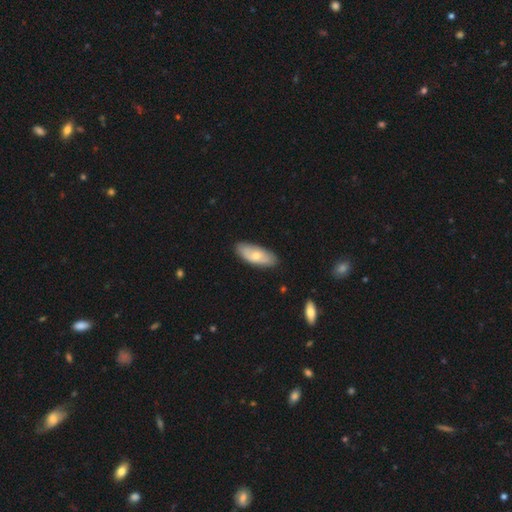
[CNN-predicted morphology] smooth_or_featured: smooth (p=0.62) [alt: featured or disk p=0.32]
how_rounded: in between (p=0.81) [alt: cigar-shaped p=0.17]
merging: none (p=0.83) [alt: minor disturbance p=0.14]